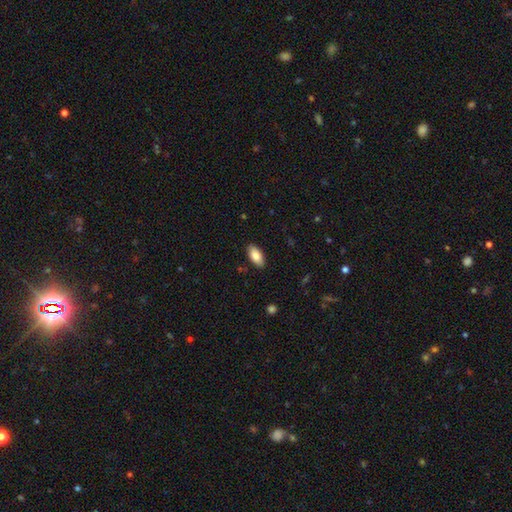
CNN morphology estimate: smooth-or-featured: smooth: 85% | featured or disk: 8% | star or artifact: 6%
  how-rounded: in between: 92% | cigar-shaped: 6% | round: 2%
  merging: none: 88% | minor disturbance: 9% | major disturbance: 2% | merger: 1%